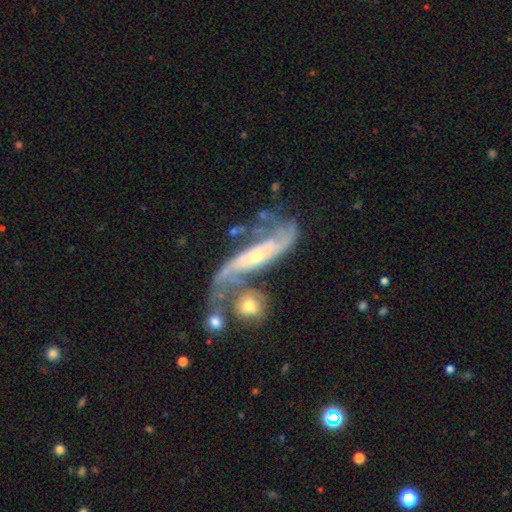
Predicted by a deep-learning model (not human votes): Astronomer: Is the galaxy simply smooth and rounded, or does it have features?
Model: featured or disk — 86%.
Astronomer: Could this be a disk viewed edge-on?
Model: no — 87%.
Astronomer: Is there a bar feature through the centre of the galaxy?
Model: no — 45% (runner-up: weak, 30%).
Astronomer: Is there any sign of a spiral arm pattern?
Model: yes — 94%.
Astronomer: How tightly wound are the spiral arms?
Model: loose — 44% (runner-up: medium, 39%).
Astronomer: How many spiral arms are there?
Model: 2 — 77%.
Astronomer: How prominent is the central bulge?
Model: small — 59% (runner-up: moderate, 36%).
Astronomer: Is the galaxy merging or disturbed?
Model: merger — 32%, tied with none at 32%.